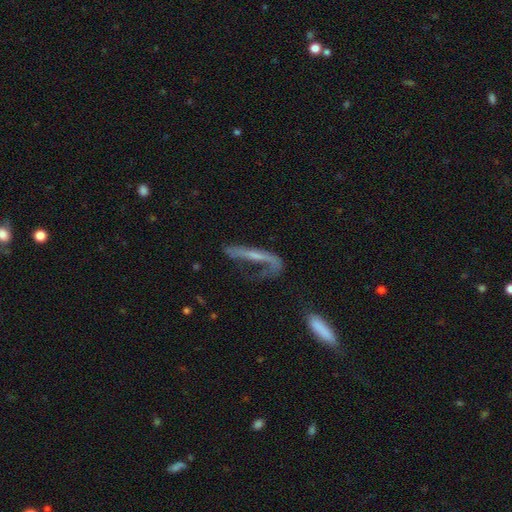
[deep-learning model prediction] featured or disk 61%, smooth 29%, star or artifact 10%. Down the decision tree: edge-on disk — no (56%); merging — major disturbance (45%).